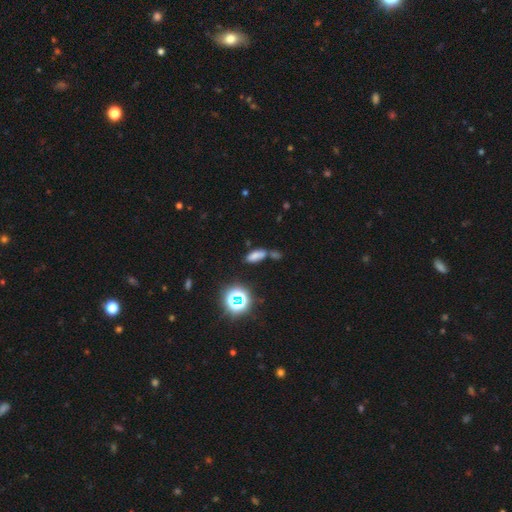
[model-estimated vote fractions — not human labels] Smooth or featured: smooth — 65% (star or artifact — 24%)
How rounded: in between — 77% (cigar-shaped — 14%)
Merging: none — 46% (merger — 32%)